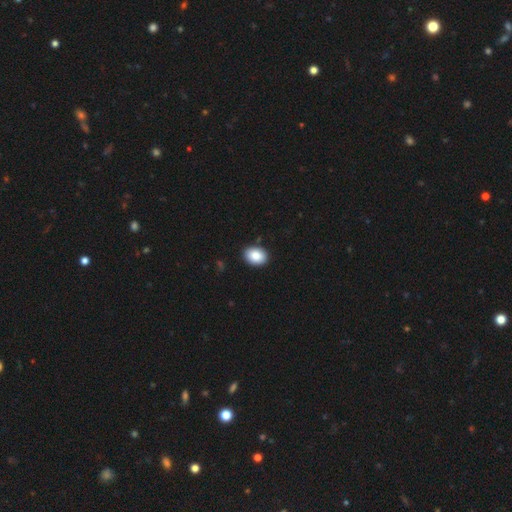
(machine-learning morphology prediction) smooth-or-featured: smooth: 87% | star or artifact: 7% | featured or disk: 5%
  how-rounded: in between: 70% | round: 29% | cigar-shaped: 1%
  merging: none: 90% | minor disturbance: 7% | major disturbance: 2% | merger: 1%